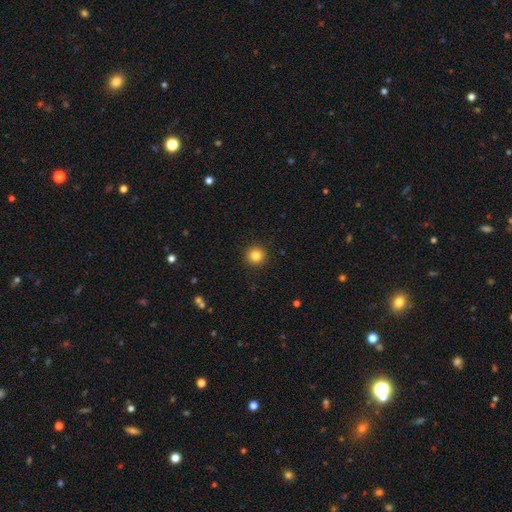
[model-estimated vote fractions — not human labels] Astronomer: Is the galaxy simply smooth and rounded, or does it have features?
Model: smooth — 84%.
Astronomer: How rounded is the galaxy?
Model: round — 95%.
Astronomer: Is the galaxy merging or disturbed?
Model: none — 92%.